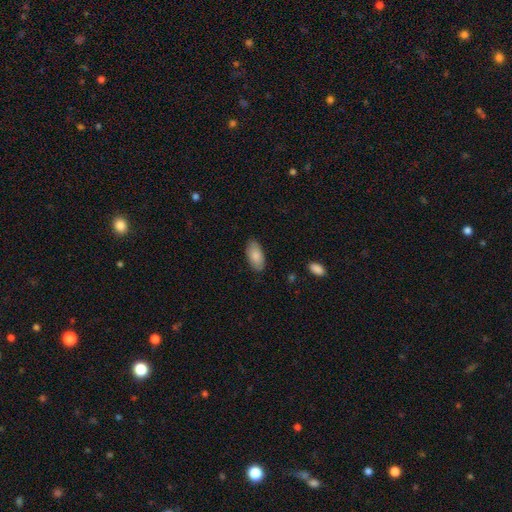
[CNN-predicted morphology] A smooth galaxy with no disk features (85%) that is in between round and cigar-shaped (93%). Merging: none (84%).